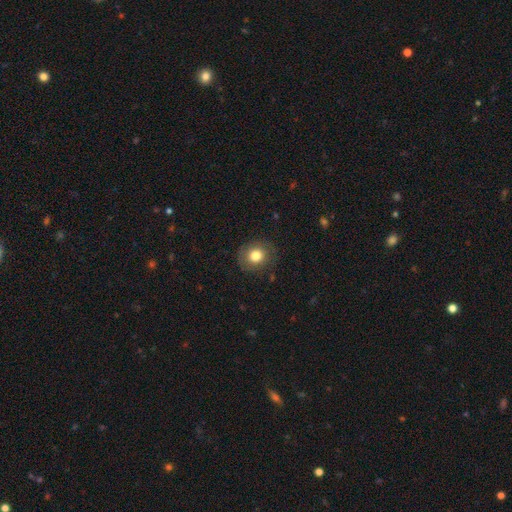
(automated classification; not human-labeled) smooth-or-featured: smooth: 78% | featured or disk: 13% | star or artifact: 9%
  how-rounded: round: 82% | in between: 17% | cigar-shaped: 1%
  merging: none: 83% | minor disturbance: 11% | major disturbance: 4% | merger: 1%